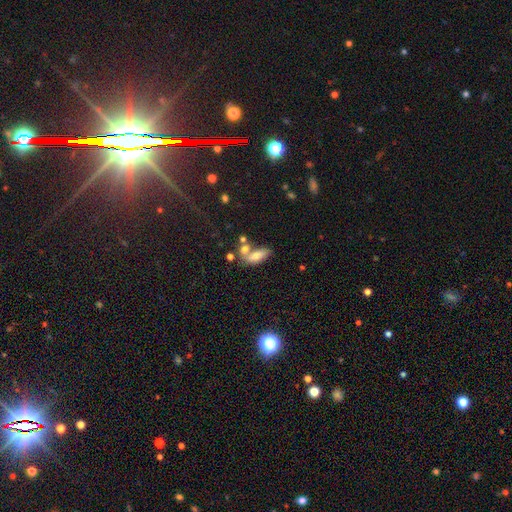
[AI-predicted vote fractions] A smooth galaxy with no disk features (69%) that is in between round and cigar-shaped (75%). Merging: none (39%).